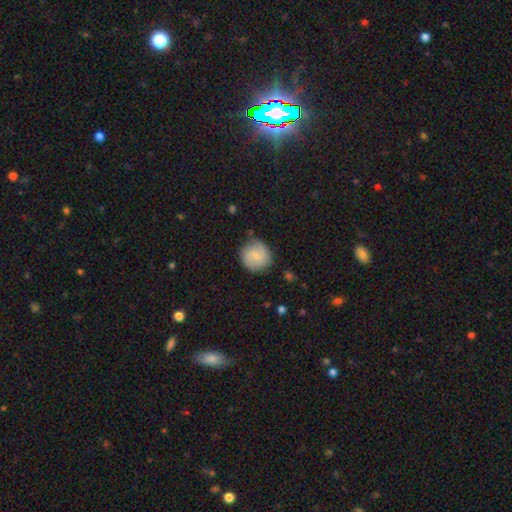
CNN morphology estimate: Smooth or featured: smooth — 55% (featured or disk — 39%)
How rounded: round — 90% (in between — 9%)
Merging: none — 79% (minor disturbance — 15%)